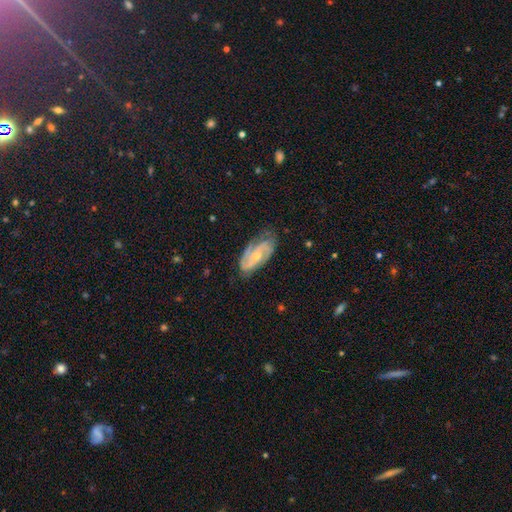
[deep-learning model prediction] Smooth or featured? Predicted: featured or disk (p=0.80). Edge-on disk? Predicted: no (p=0.95). Bar? Predicted: no (p=0.56). Spiral arms? Predicted: yes (p=0.94). Spiral winding? Predicted: tight (p=0.45). Spiral arm count? Predicted: 2 (p=0.62). Bulge size? Predicted: small (p=0.54). Merging? Predicted: none (p=0.70).